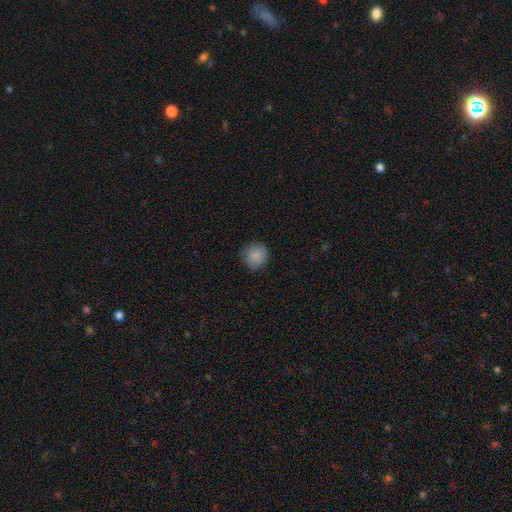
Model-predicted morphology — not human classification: A smooth galaxy with no disk features (87%) that is round (89%). Merging: none (86%).